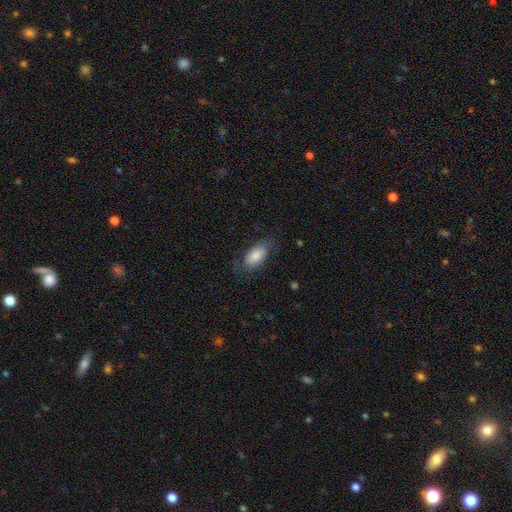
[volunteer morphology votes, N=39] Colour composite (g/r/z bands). It shows a smooth galaxy with no disk features (59%) that is in between round and cigar-shaped (100%). Merging: none (68%).